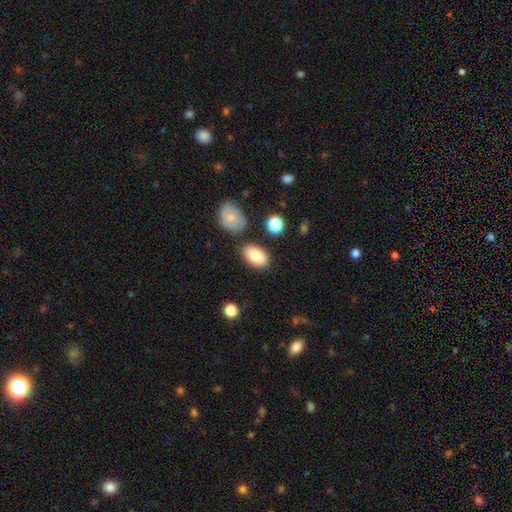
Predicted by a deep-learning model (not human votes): This is clearly a smooth galaxy (84%). How rounded: clearly in between (93%). Merging: likely none (79%).